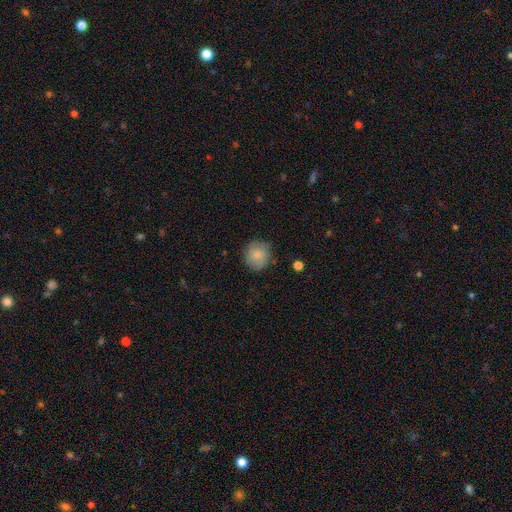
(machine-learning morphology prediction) The model was most divided on "merging": none: 76%, minor disturbance: 18%, major disturbance: 5%, merger: 2%. More confident: how rounded — round (86%); smooth or featured — smooth (82%).